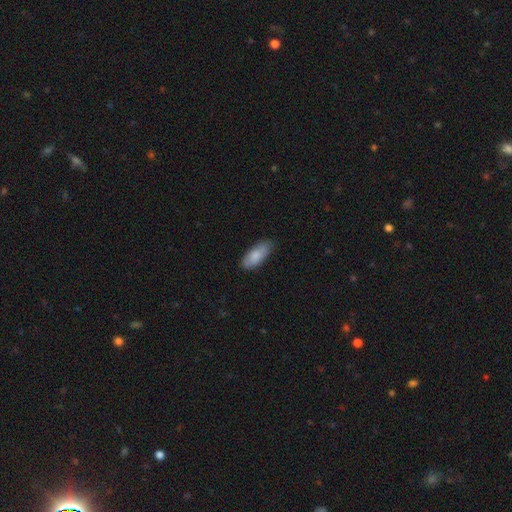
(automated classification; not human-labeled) Morphology: type=smooth (84%); roundness=in between (81%); merging=none (80%).